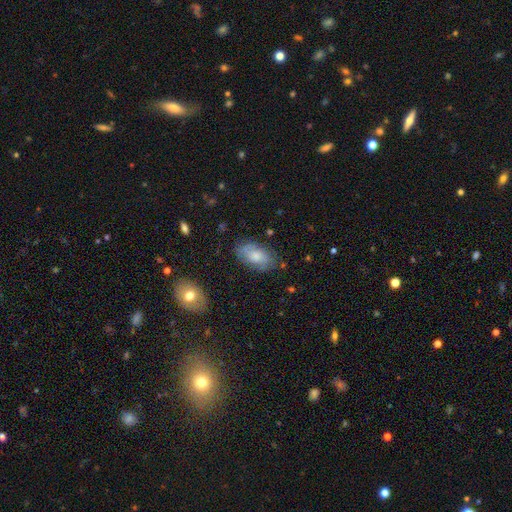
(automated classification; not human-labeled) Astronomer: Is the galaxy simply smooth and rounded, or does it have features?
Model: smooth — 62%.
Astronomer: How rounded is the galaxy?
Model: in between — 93%.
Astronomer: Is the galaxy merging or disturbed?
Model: none — 72%.